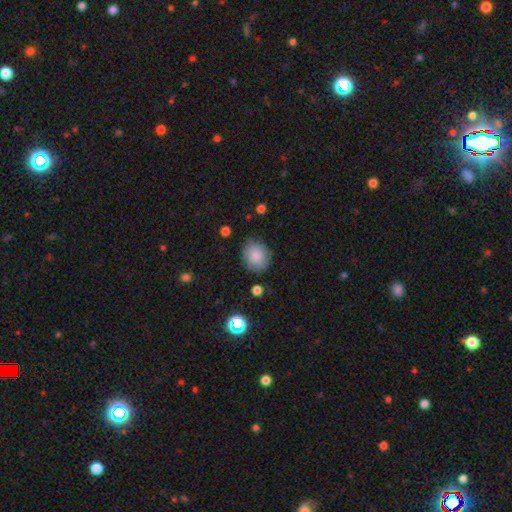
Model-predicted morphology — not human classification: smooth_or_featured: smooth (p=0.83) [alt: featured or disk p=0.08]
how_rounded: round (p=0.57) [alt: in between p=0.42]
merging: none (p=0.79) [alt: minor disturbance p=0.16]